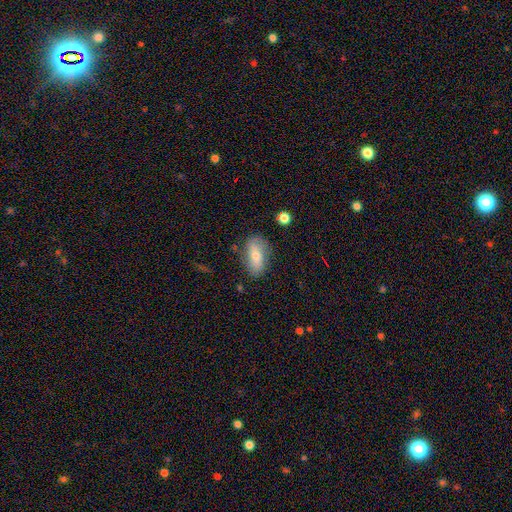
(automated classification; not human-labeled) Morphology: type=smooth (59%); roundness=in between (86%); merging=none (77%).